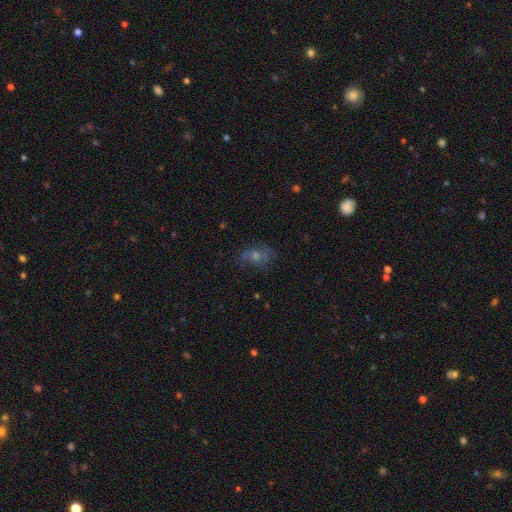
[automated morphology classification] smooth_or_featured: featured or disk (p=0.39) [alt: smooth p=0.37]
merging: none (p=0.67) [alt: minor disturbance p=0.20]